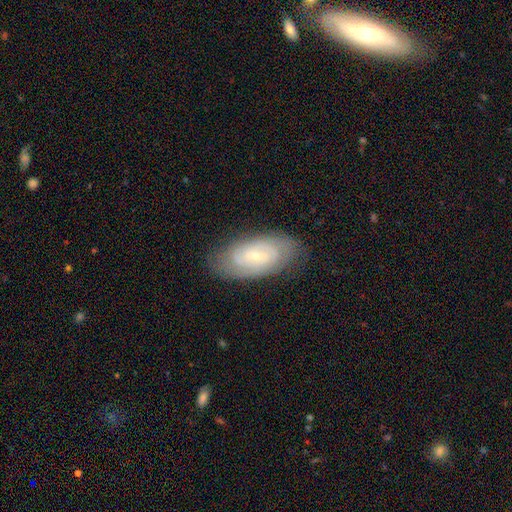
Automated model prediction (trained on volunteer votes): Smooth or featured?
  - featured or disk: 74% *
  - smooth: 19%
  - star or artifact: 7%
Edge-on disk?
  - no: 94% *
  - yes: 6%
Bar?
  - no: 44% *
  - weak: 43%
  - strong: 13%
Spiral arms?
  - yes: 90% *
  - no: 10%
Spiral winding?
  - tight: 63% *
  - medium: 29%
  - loose: 7%
Spiral arm count?
  - 2: 49% *
  - can't tell: 33%
  - 3: 9%
  - 4: 4%
  - 1: 3%
  - more than 4: 3%
Bulge size?
  - small: 78% *
  - moderate: 18%
  - none: 2%
  - large: 1%
  - dominant: 1%
Merging?
  - none: 81% *
  - minor disturbance: 14%
  - major disturbance: 4%
  - merger: 1%